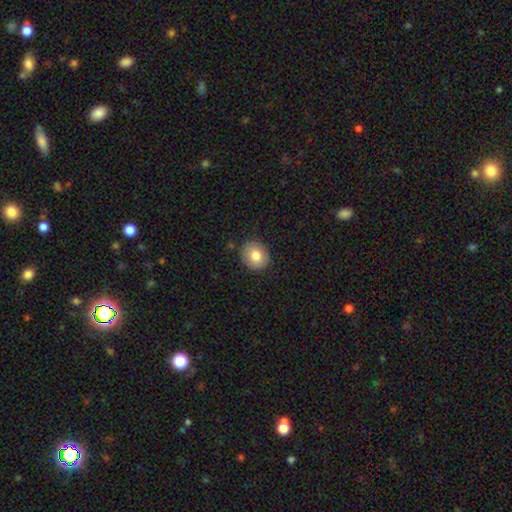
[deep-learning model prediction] This is clearly a smooth galaxy (81%). How rounded: likely round (72%). Merging: clearly none (87%).